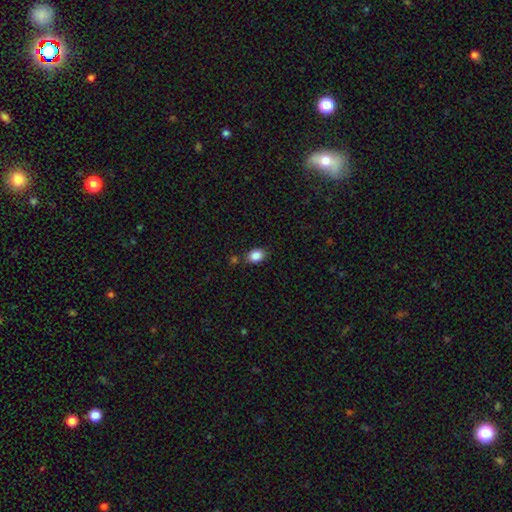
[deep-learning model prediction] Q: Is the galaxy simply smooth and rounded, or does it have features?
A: smooth — 86%.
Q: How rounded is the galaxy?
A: in between — 67%.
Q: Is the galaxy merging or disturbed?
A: none — 77%.